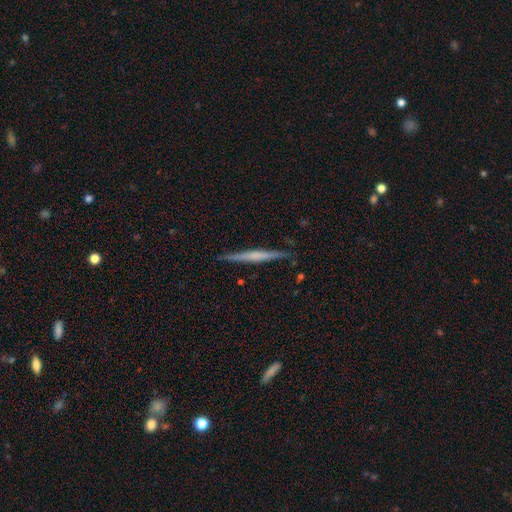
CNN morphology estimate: Q: Smooth or featured?
A: featured or disk (58%); runner-up: smooth (36%)
Q: Edge-on disk?
A: yes (98%); runner-up: no (2%)
Q: Edge-on bulge?
A: none (53%); runner-up: rounded (30%)
Q: Merging?
A: none (89%); runner-up: minor disturbance (9%)